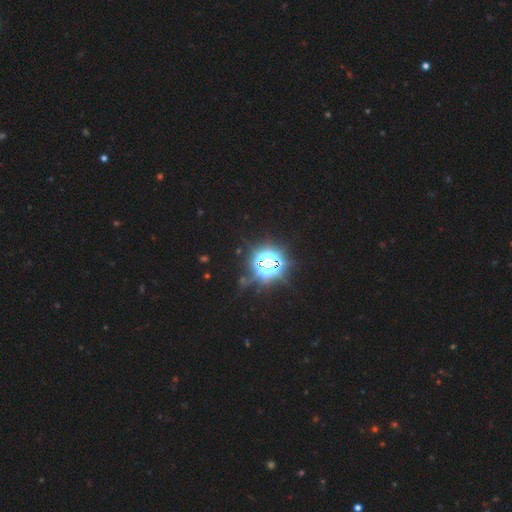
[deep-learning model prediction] Morphology: type=star or artifact (83%).